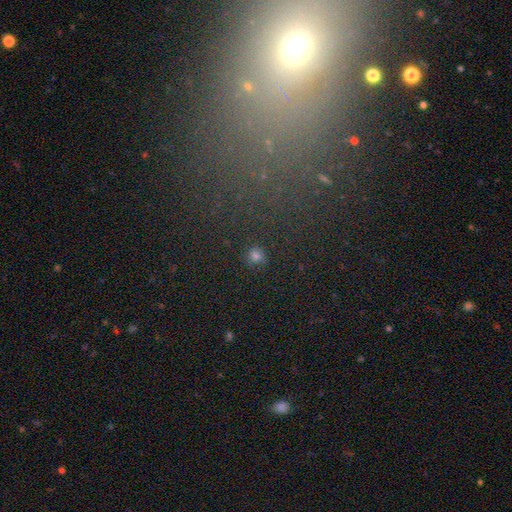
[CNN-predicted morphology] This appears to be a smooth galaxy with no disk features (67%) that is round (91%). Merging: none (89%).